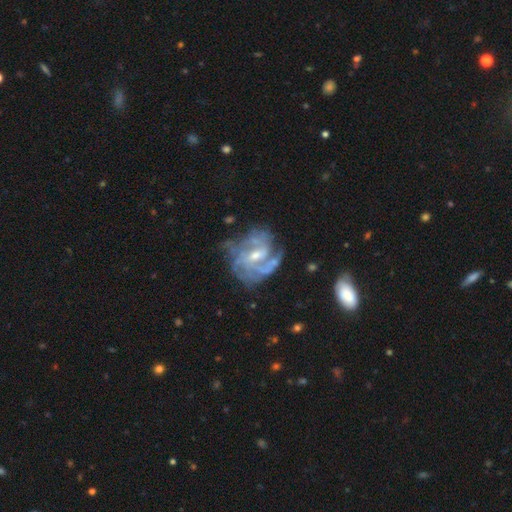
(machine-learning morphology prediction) Q: Smooth or featured?
A: featured or disk (86%); runner-up: smooth (7%)
Q: Edge-on disk?
A: no (98%); runner-up: yes (2%)
Q: Bar?
A: weak (52%); runner-up: no (31%)
Q: Spiral arms?
A: yes (93%); runner-up: no (7%)
Q: Spiral winding?
A: tight (46%); runner-up: medium (41%)
Q: Spiral arm count?
A: can't tell (30%); runner-up: 3 (25%)
Q: Bulge size?
A: small (47%); runner-up: moderate (46%)
Q: Merging?
A: none (56%); runner-up: minor disturbance (22%)